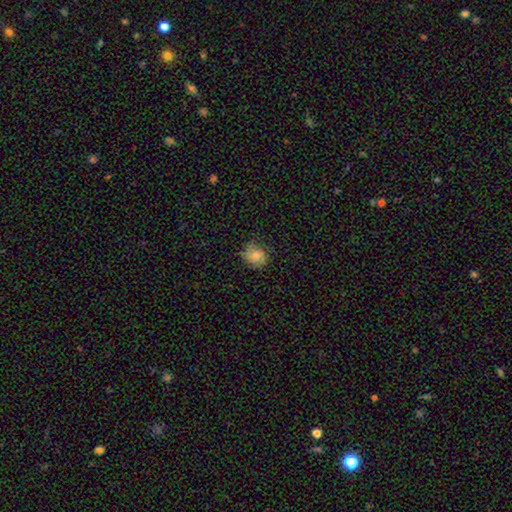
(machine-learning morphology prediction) The model was most divided on "smooth or featured": smooth: 54%, featured or disk: 36%, star or artifact: 10%. More confident: how rounded — round (70%); merging — none (68%).